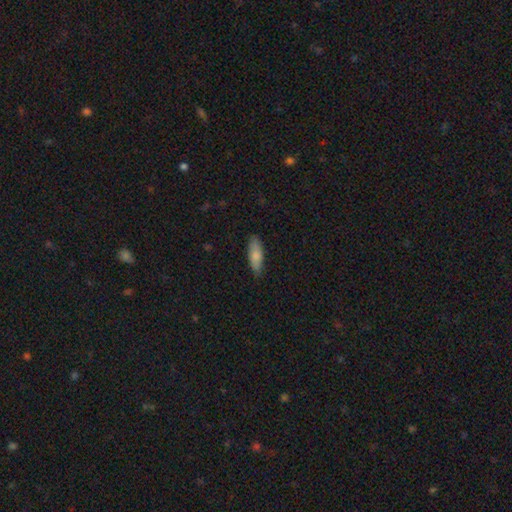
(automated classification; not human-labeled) This is clearly a smooth galaxy (80%). How rounded: likely in between (62%). Merging: clearly none (83%).